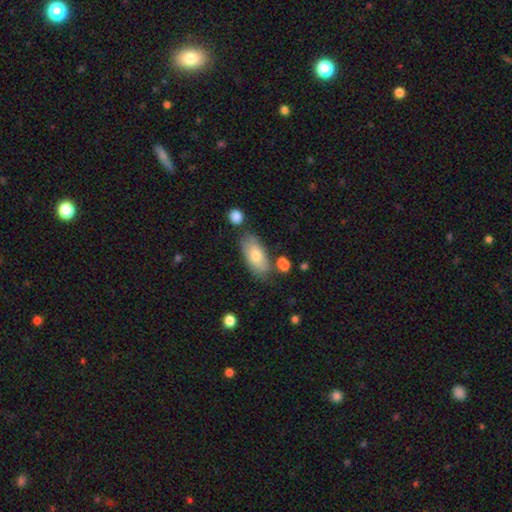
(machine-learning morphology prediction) A smooth galaxy with no disk features (73%) that is in between round and cigar-shaped (91%).

Vote fractions:
- Smooth or featured? smooth: 73% / featured or disk: 21% / star or artifact: 6%
- How rounded? in between: 91% / cigar-shaped: 6% / round: 3%
- Merging? none: 70% / minor disturbance: 18% / merger: 8% / major disturbance: 5%